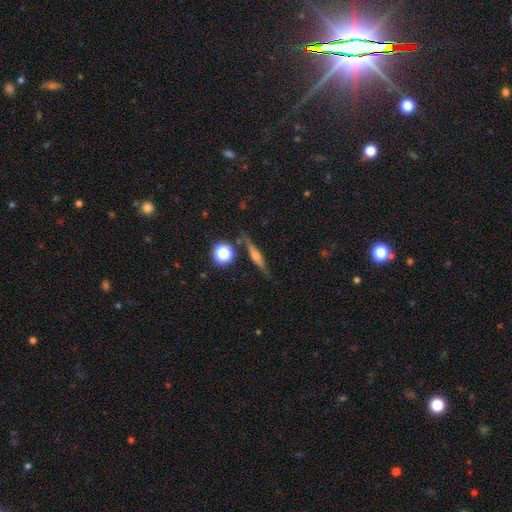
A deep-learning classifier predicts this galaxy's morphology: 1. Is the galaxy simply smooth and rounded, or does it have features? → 63% featured or disk, 27% smooth, 10% star or artifact.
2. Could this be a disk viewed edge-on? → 94% yes, 6% no.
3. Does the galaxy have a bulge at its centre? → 83% rounded, 9% boxy, 8% none.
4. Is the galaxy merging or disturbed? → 82% none, 12% minor disturbance, 3% merger, 3% major disturbance.